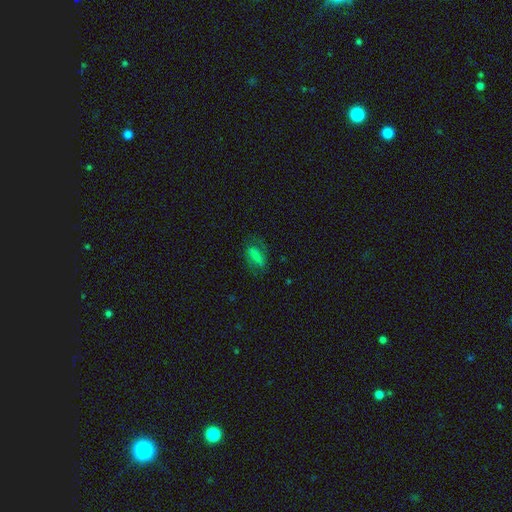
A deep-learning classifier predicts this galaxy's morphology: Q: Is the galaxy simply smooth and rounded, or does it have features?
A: smooth — 62%.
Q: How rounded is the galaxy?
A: in between — 75%.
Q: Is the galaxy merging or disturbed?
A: none — 64%.